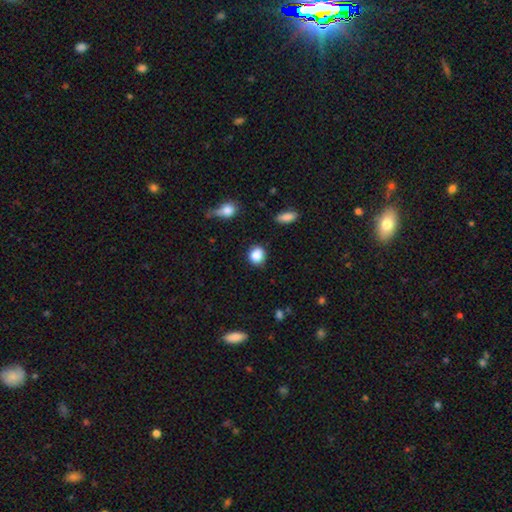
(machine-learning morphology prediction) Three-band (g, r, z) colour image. It shows a smooth galaxy with no disk features (85%) that is round (73%). Merging: none (79%).